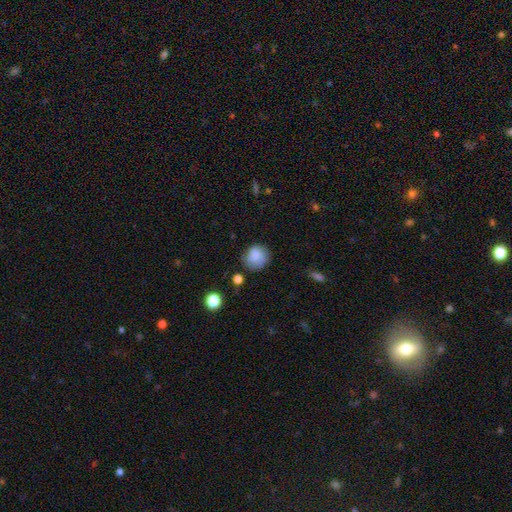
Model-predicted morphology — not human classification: smooth-or-featured: smooth: 83% | featured or disk: 9% | star or artifact: 8%
  how-rounded: round: 83% | in between: 16% | cigar-shaped: 1%
  merging: none: 69% | minor disturbance: 22% | major disturbance: 6% | merger: 2%